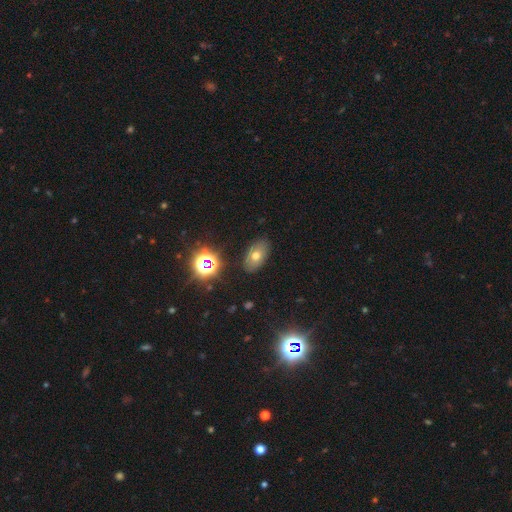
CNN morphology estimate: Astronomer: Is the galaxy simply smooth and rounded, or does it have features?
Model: smooth — 63%.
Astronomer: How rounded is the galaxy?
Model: in between — 87%.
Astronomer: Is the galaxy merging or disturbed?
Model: none — 84%.